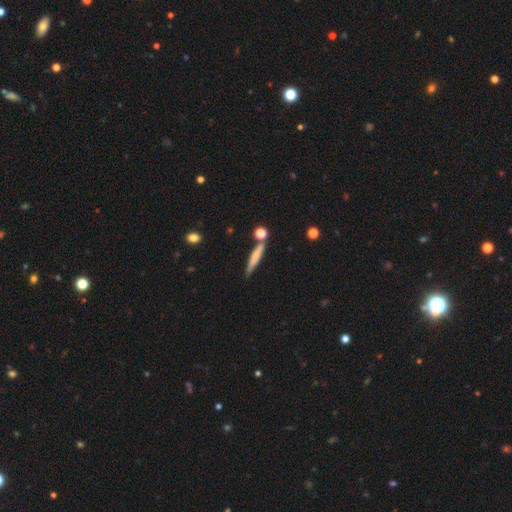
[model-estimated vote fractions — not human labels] smooth-or-featured: smooth: 64% | featured or disk: 29% | star or artifact: 7%
  how-rounded: cigar-shaped: 90% | in between: 8% | round: 3%
  merging: none: 70% | minor disturbance: 16% | merger: 10% | major disturbance: 4%